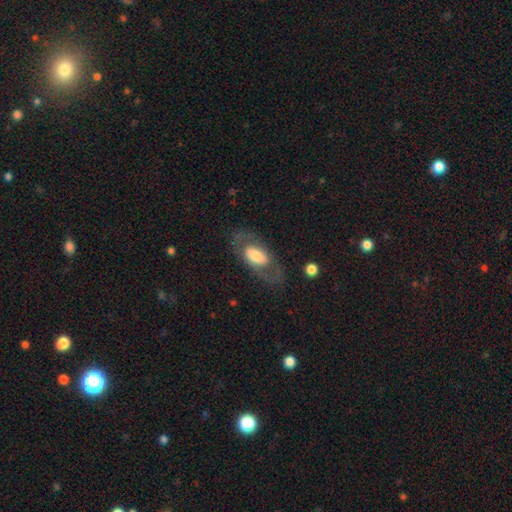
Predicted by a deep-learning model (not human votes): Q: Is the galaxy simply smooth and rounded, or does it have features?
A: featured or disk — 49%.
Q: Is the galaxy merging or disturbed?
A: none — 71%.